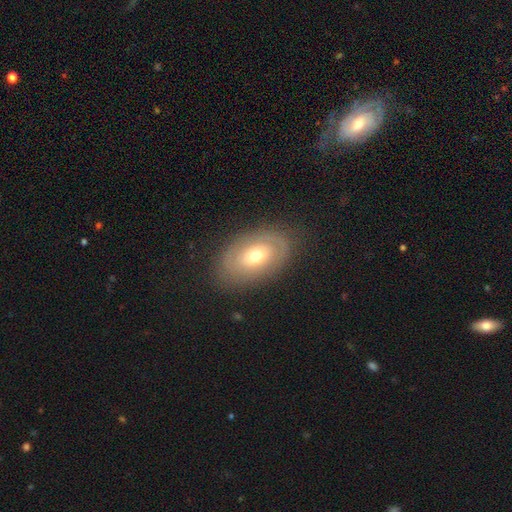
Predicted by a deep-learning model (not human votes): The model was most divided on "smooth or featured": featured or disk: 50%, smooth: 43%, star or artifact: 7%. More confident: merging — none (80%).